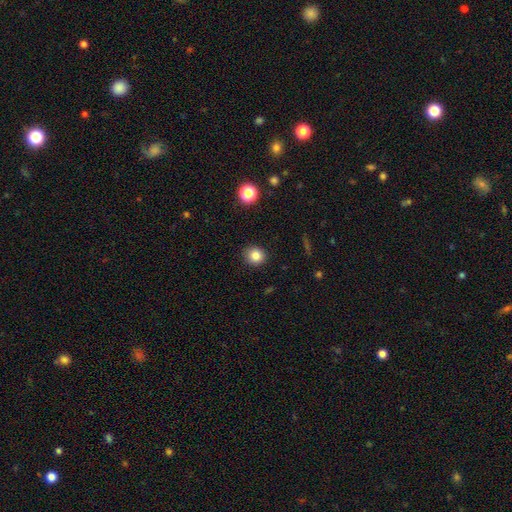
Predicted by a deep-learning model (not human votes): A smooth galaxy with no disk features (83%) that is round (88%). Merging: none (90%).